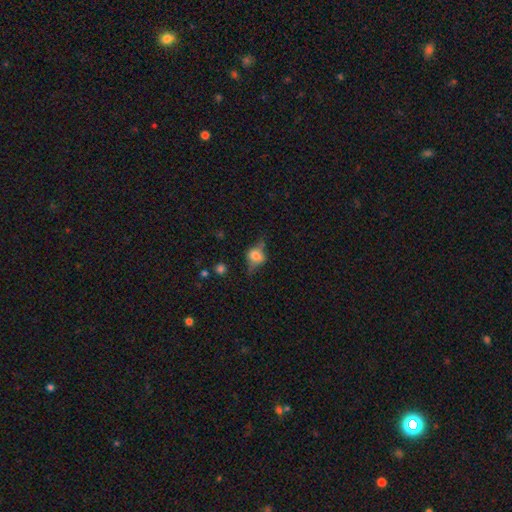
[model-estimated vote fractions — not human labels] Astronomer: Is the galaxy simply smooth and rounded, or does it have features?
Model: featured or disk — 49% (runner-up: smooth, 40%).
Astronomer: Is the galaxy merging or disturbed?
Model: none — 61%.